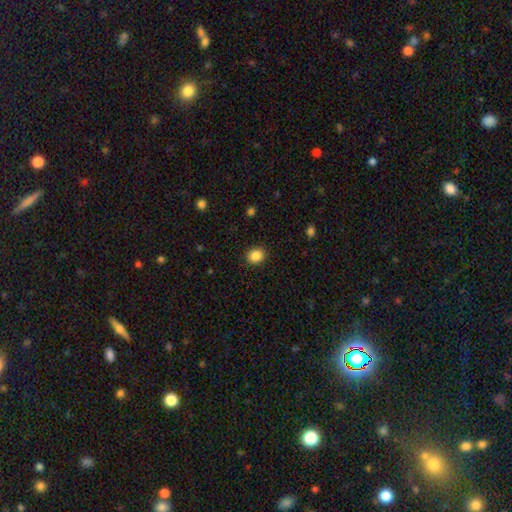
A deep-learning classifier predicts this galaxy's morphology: Smooth or featured? Predicted: smooth (p=0.87). How rounded? Predicted: round (p=0.72). Merging? Predicted: none (p=0.90).